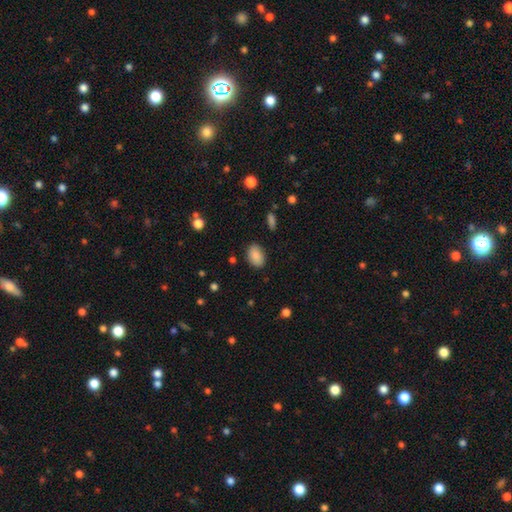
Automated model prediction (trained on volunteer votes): Smooth or featured?
  - smooth: 87% *
  - star or artifact: 8%
  - featured or disk: 6%
How rounded?
  - in between: 85% *
  - round: 13%
  - cigar-shaped: 1%
Merging?
  - none: 86% *
  - minor disturbance: 10%
  - major disturbance: 3%
  - merger: 1%